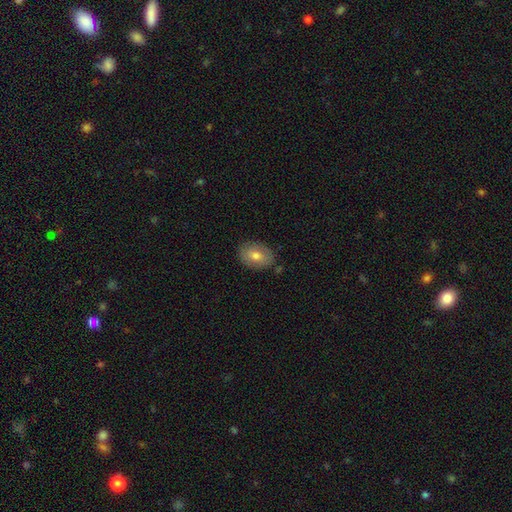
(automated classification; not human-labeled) smooth 72%, featured or disk 21%, star or artifact 7%. Down the decision tree: how rounded — in between (78%); merging — none (82%).